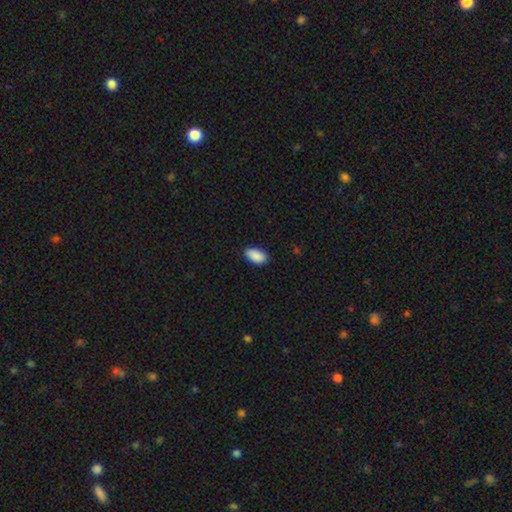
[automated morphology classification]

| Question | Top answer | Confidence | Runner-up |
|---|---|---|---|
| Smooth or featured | smooth | 91% | star or artifact (7%) |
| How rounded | in between | 94% | round (4%) |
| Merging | none | 86% | minor disturbance (11%) |